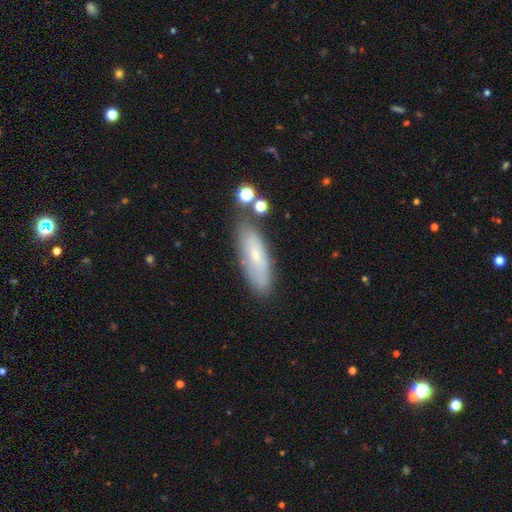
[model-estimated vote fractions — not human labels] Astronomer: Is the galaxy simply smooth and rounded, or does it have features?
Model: smooth — 61%.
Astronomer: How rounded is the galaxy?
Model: in between — 54% (runner-up: cigar-shaped, 44%).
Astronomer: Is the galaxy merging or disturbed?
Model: none — 70%.